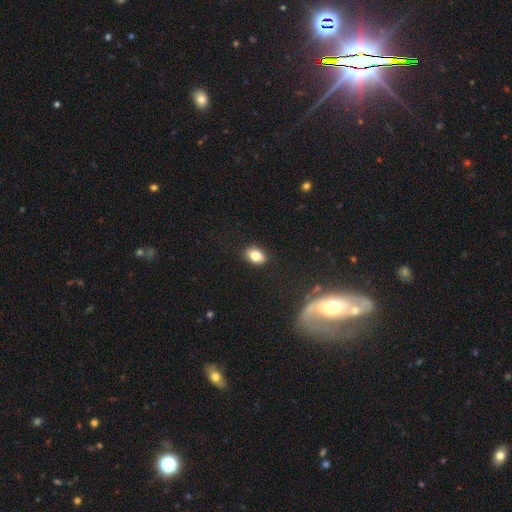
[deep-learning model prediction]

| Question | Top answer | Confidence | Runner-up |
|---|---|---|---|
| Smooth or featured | smooth | 80% | featured or disk (10%) |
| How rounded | in between | 80% | round (18%) |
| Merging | none | 88% | minor disturbance (9%) |